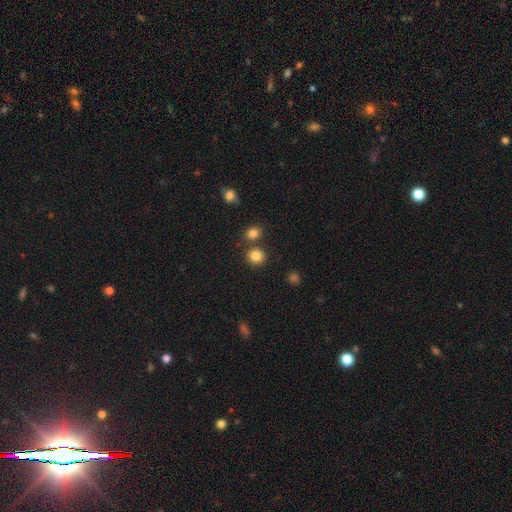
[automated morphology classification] type=smooth (85%); roundness=round (83%); merging=none (77%).